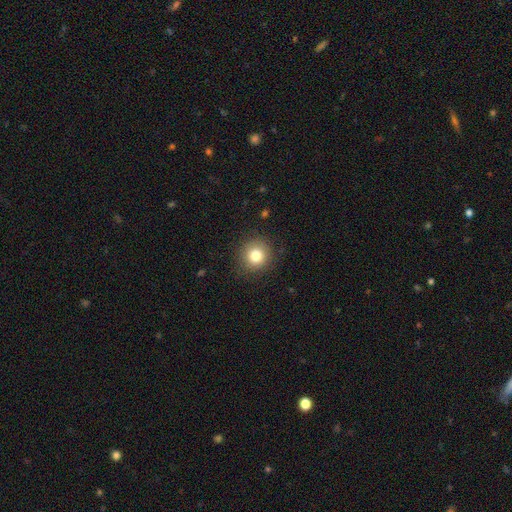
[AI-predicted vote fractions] A smooth galaxy with no disk features (81%) that is round (92%).

Vote fractions:
- Smooth or featured? smooth: 81% / star or artifact: 11% / featured or disk: 8%
- How rounded? round: 92% / in between: 8% / cigar-shaped: 1%
- Merging? none: 89% / minor disturbance: 8% / major disturbance: 3% / merger: 1%